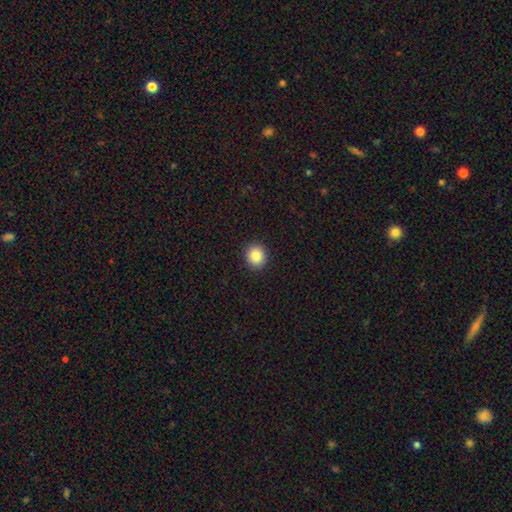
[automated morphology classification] smooth-or-featured: smooth: 87% | star or artifact: 9% | featured or disk: 4%
  how-rounded: round: 83% | in between: 16% | cigar-shaped: 1%
  merging: none: 92% | minor disturbance: 5% | major disturbance: 2% | merger: 1%